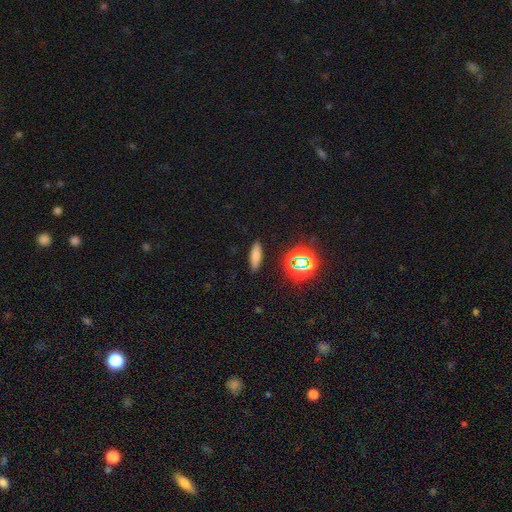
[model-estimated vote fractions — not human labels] Smooth or featured? smooth (71%)
How rounded? cigar-shaped (62%)
Merging? none (88%)